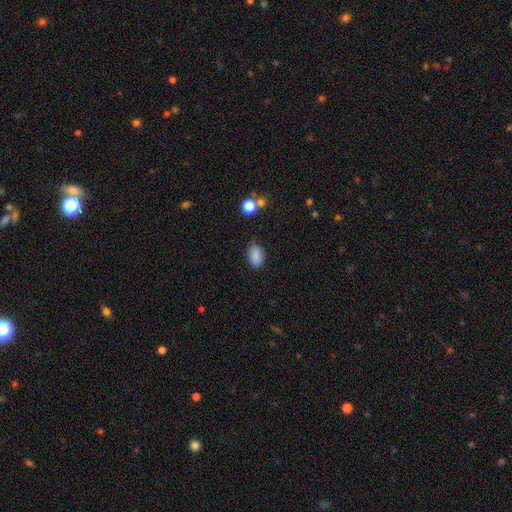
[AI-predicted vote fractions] This appears to be a smooth galaxy with no disk features (86%) that is in between round and cigar-shaped (88%). Merging: none (77%).